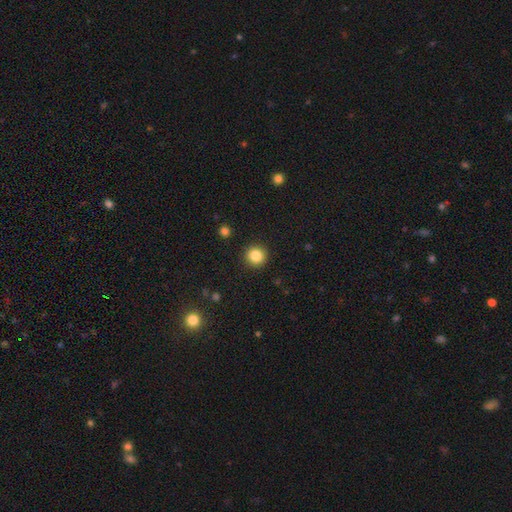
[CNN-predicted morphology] Smooth or featured?
  - smooth: 85% *
  - star or artifact: 11%
  - featured or disk: 5%
How rounded?
  - round: 94% *
  - in between: 5%
  - cigar-shaped: 1%
Merging?
  - none: 92% *
  - minor disturbance: 5%
  - major disturbance: 2%
  - merger: 1%